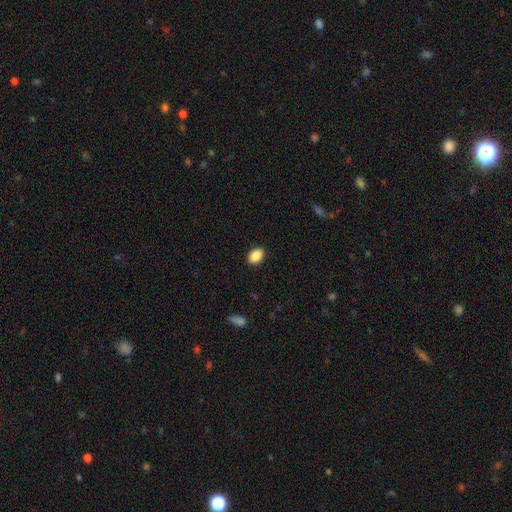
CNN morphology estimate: Smooth or featured? Predicted: smooth (p=0.89). How rounded? Predicted: in between (p=0.74). Merging? Predicted: none (p=0.90).